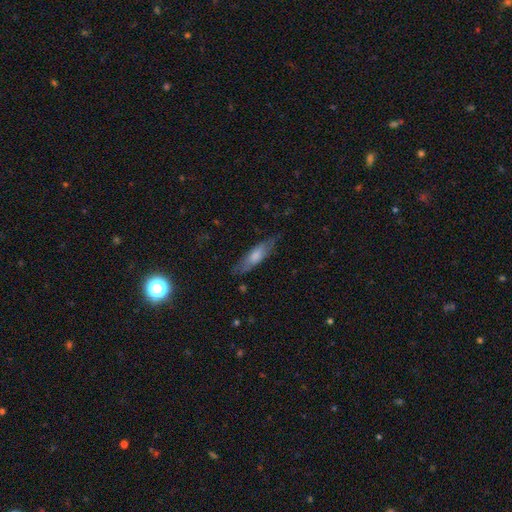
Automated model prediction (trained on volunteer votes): Smooth or featured? Predicted: smooth (p=0.65). How rounded? Predicted: cigar-shaped (p=0.59). Merging? Predicted: none (p=0.75).